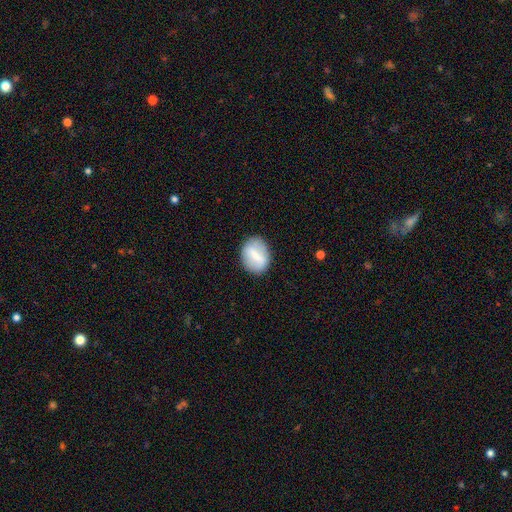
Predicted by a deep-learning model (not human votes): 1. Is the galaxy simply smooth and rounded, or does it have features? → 56% smooth, 37% featured or disk, 7% star or artifact.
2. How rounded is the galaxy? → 59% in between, 39% round, 2% cigar-shaped.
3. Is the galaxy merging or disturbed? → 83% none, 12% minor disturbance, 4% major disturbance, 1% merger.